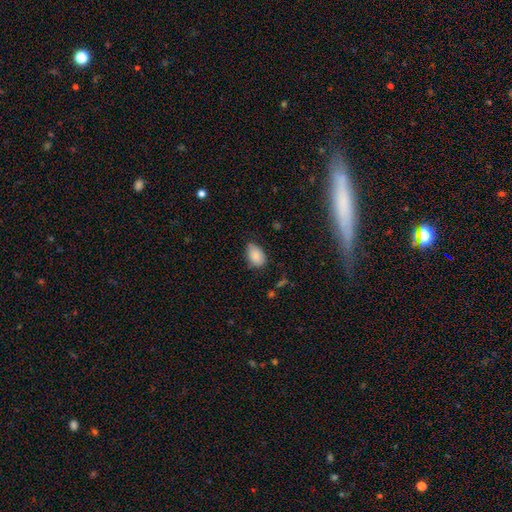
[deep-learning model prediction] Overall: smooth (87%). How rounded: in between (87%). Merging: none (68%).